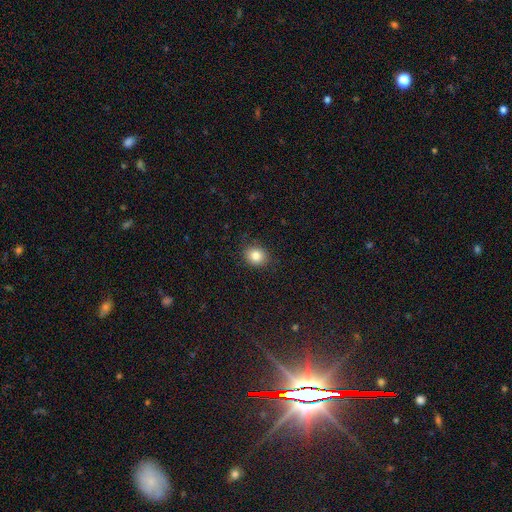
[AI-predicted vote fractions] Morphology: type=smooth (84%); roundness=round (65%); merging=none (86%).